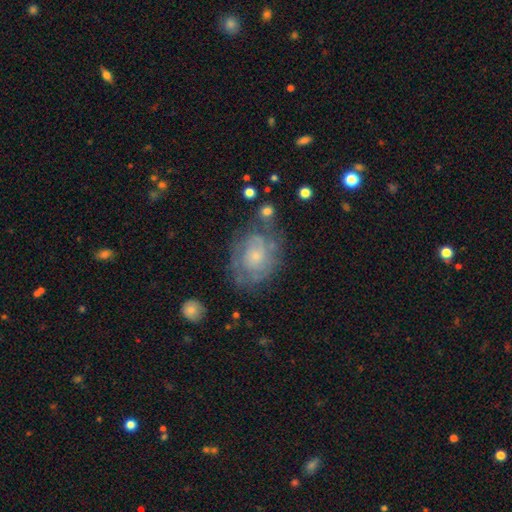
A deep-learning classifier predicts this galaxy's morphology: This is likely a featured or disk galaxy (64%). It is clearly not viewed edge-on (97%). Bar: clearly no (81%). Spiral arm pattern: likely yes (73%). Central bulge: likely small (65%). Merging: likely none (60%).